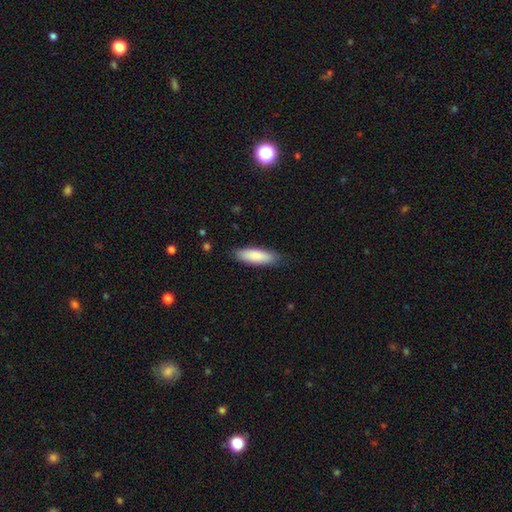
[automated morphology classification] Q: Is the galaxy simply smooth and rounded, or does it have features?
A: smooth — 86%.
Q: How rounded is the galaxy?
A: in between — 52%.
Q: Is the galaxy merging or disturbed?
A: none — 85%.